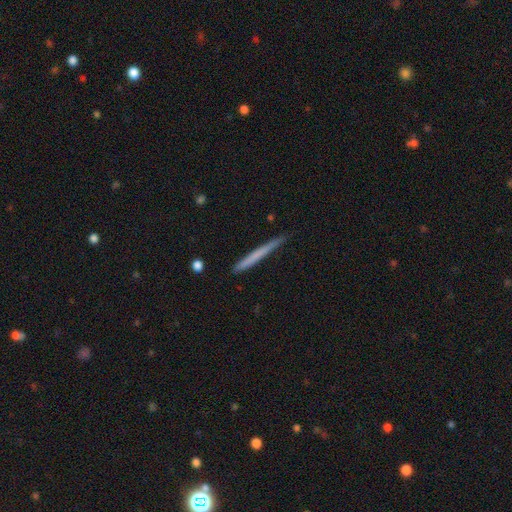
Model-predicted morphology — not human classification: This appears to be a smooth galaxy with no disk features (61%) that is cigar-shaped (97%). Merging: none (85%).